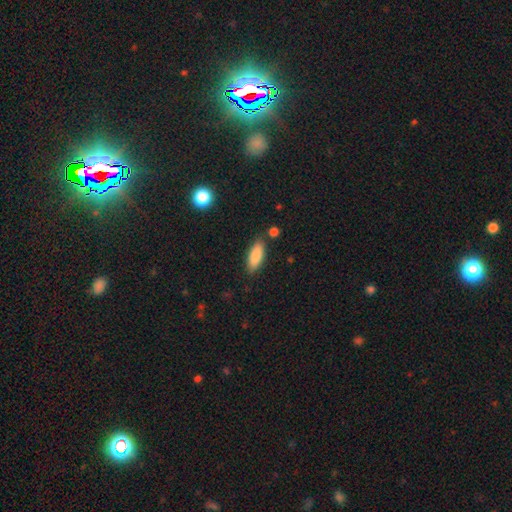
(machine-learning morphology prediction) Q: Smooth or featured?
A: smooth (86%); runner-up: featured or disk (8%)
Q: How rounded?
A: in between (73%); runner-up: cigar-shaped (25%)
Q: Merging?
A: none (82%); runner-up: minor disturbance (12%)